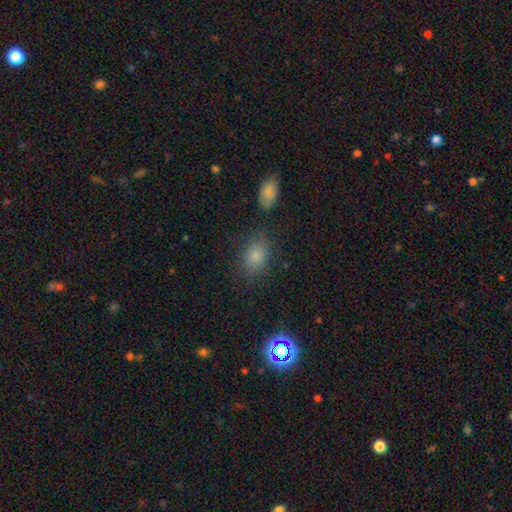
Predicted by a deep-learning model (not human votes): Smooth or featured: smooth — 73% (star or artifact — 19%)
How rounded: in between — 72% (round — 27%)
Merging: none — 80% (minor disturbance — 12%)